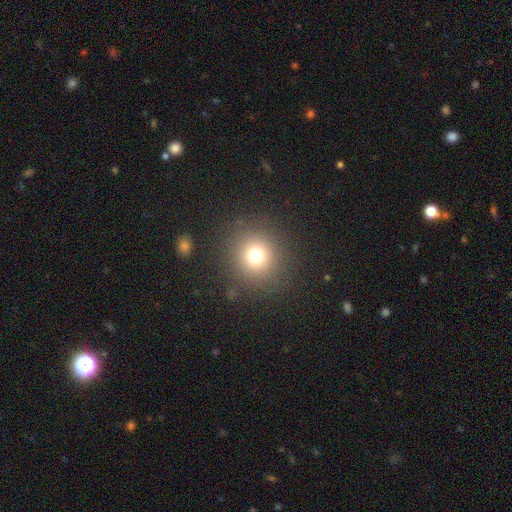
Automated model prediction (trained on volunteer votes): A smooth galaxy with no disk features (73%) that is round (91%).

Vote fractions:
- Smooth or featured? smooth: 73% / star or artifact: 18% / featured or disk: 9%
- How rounded? round: 91% / in between: 8% / cigar-shaped: 1%
- Merging? none: 87% / minor disturbance: 7% / major disturbance: 4% / merger: 2%